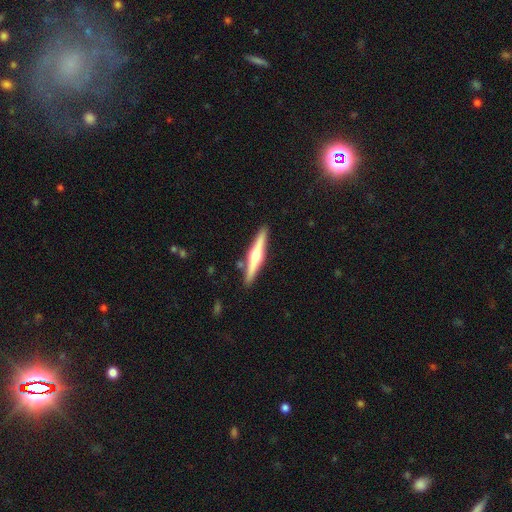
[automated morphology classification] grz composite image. It shows a featured or disk galaxy (67%) viewed edge-on (98%) with a rounded central bulge (92%). Merging: none (88%).